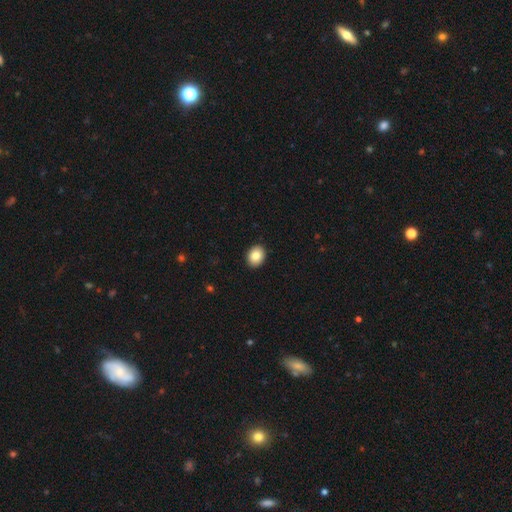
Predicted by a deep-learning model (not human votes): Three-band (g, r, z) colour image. It shows a smooth galaxy with no disk features (84%) that is in between round and cigar-shaped (53%). Merging: none (92%).